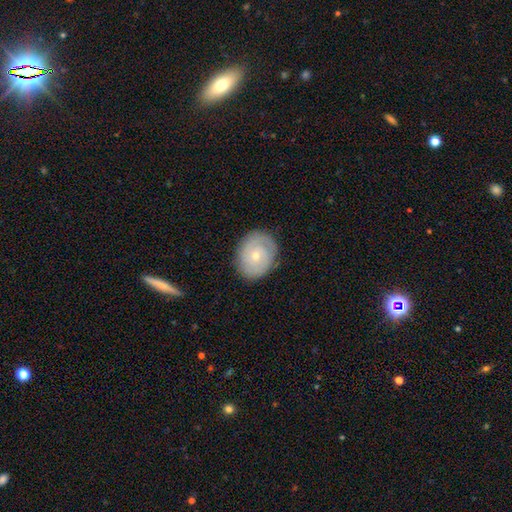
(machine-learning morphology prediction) Overall: featured or disk (57%; smooth 36%). Edge-on disk: no (96%). Bar: no (80%). Spiral arms: yes (78%). Bulge size: small (59%; moderate 38%). Merging: none (83%).